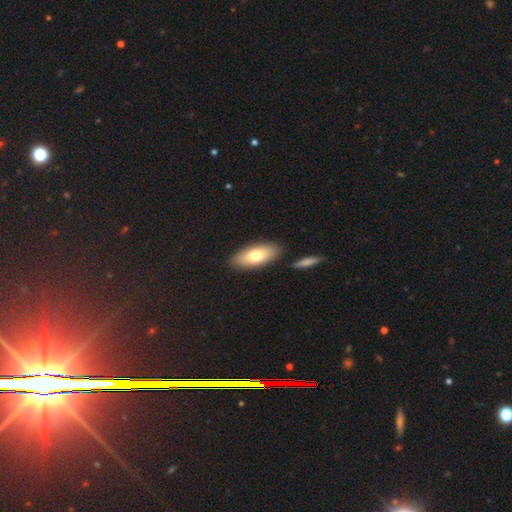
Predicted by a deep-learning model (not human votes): This appears to be a smooth galaxy with no disk features (72%) that is in between round and cigar-shaped (82%). Merging: none (84%).